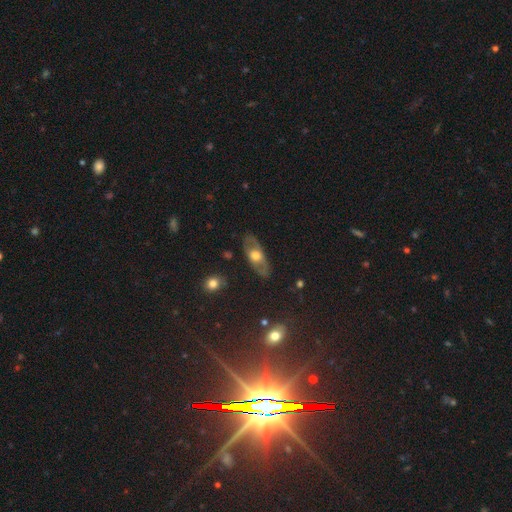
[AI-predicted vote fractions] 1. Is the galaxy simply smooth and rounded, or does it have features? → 55% featured or disk, 38% smooth, 7% star or artifact.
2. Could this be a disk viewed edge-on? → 71% no, 29% yes.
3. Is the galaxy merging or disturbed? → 81% none, 13% minor disturbance, 4% major disturbance, 1% merger.